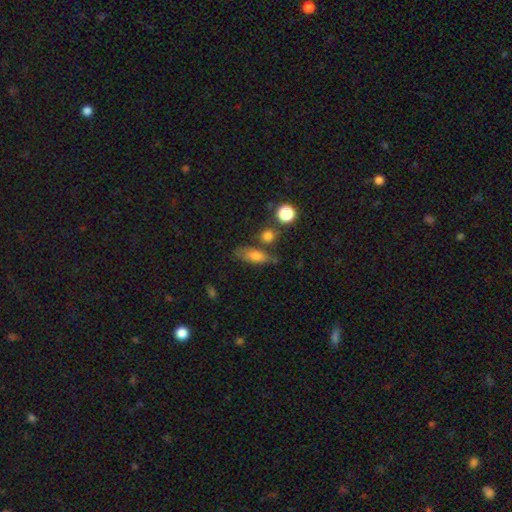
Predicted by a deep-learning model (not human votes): A smooth galaxy with no disk features (72%) that is in between round and cigar-shaped (64%).

Vote fractions:
- Smooth or featured? smooth: 72% / featured or disk: 18% / star or artifact: 10%
- How rounded? in between: 64% / cigar-shaped: 27% / round: 9%
- Merging? none: 58% / minor disturbance: 20% / merger: 15% / major disturbance: 8%